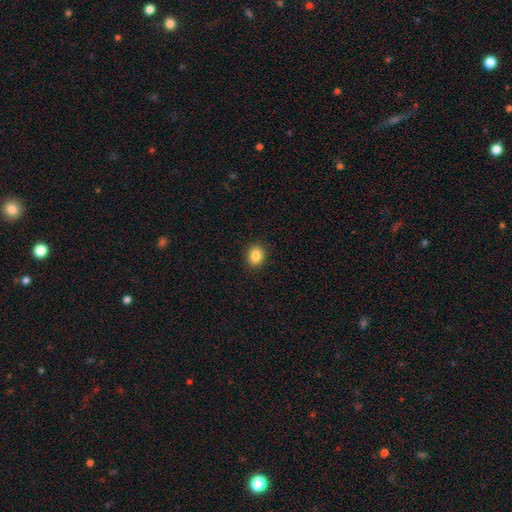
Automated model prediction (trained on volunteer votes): smooth-or-featured: smooth: 85% | star or artifact: 10% | featured or disk: 5%
  how-rounded: round: 63% | in between: 37% | cigar-shaped: 1%
  merging: none: 91% | minor disturbance: 6% | major disturbance: 2% | merger: 1%